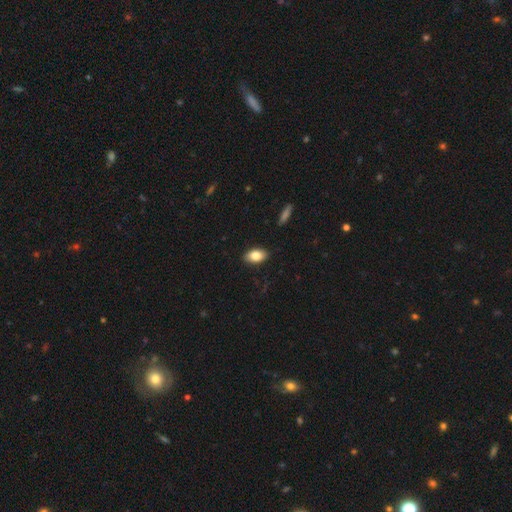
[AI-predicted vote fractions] A smooth galaxy with no disk features (82%) that is in between round and cigar-shaped (91%). Merging: none (88%).